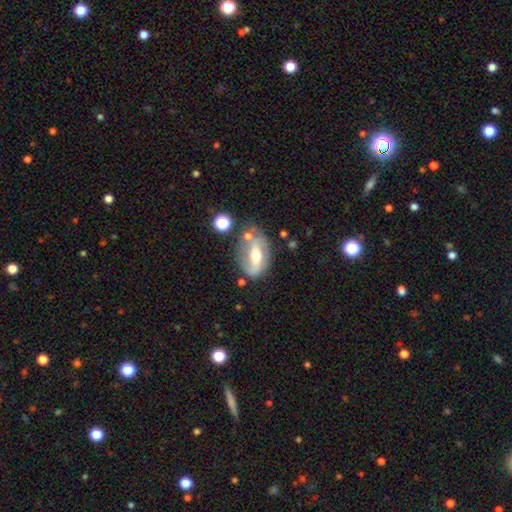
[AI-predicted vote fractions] This is likely a featured or disk galaxy (65%). It is clearly not viewed edge-on (90%). Bar: marginally strong (40%). Spiral arm pattern: likely yes (70%). Central bulge: likely moderate (70%). Merging: possibly none (59%).